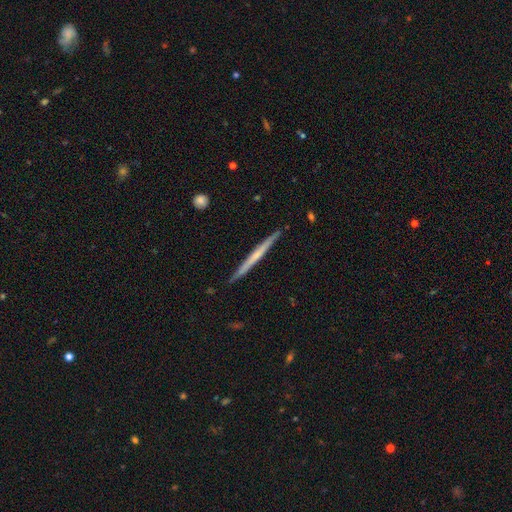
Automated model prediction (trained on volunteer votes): smooth_or_featured: featured or disk (p=0.58) [alt: smooth p=0.37]
disk_edge_on: yes (p=0.98) [alt: no p=0.02]
edge_on_bulge: none (p=0.76) [alt: rounded p=0.18]
merging: none (p=0.91) [alt: minor disturbance p=0.07]